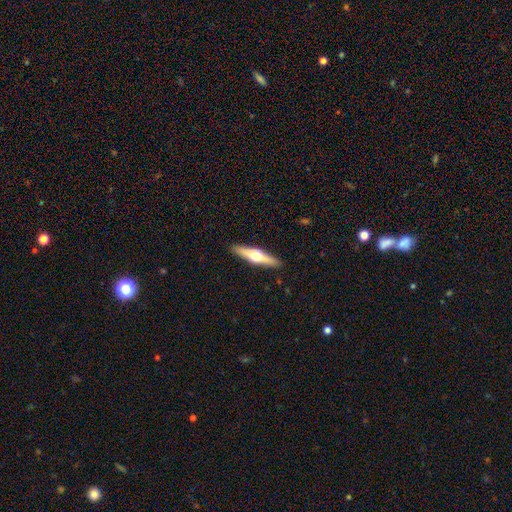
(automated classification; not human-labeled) Morphology: type=featured or disk (62%); edge-on=yes (96%); edge-on bulge=rounded (95%); merging=none (91%).